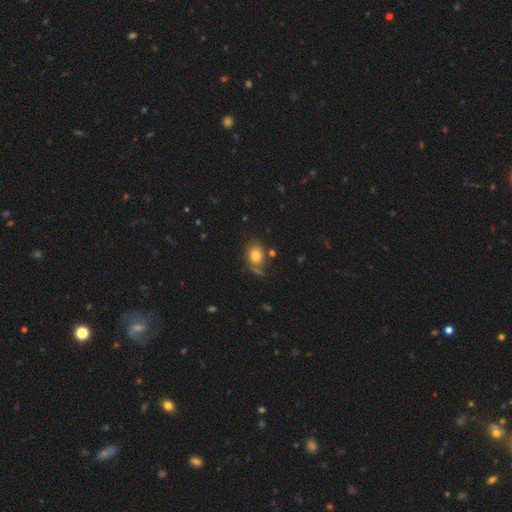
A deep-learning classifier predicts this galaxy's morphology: smooth_or_featured: smooth (p=0.76) [alt: featured or disk p=0.14]
how_rounded: in between (p=0.61) [alt: round p=0.38]
merging: none (p=0.59) [alt: minor disturbance p=0.20]